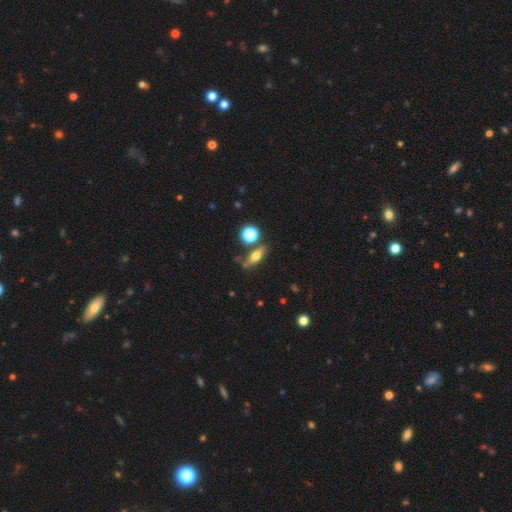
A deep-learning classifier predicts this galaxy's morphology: Smooth or featured?
  - smooth: 59% *
  - featured or disk: 29%
  - star or artifact: 12%
How rounded?
  - in between: 60% *
  - cigar-shaped: 28%
  - round: 13%
Merging?
  - none: 65% *
  - minor disturbance: 16%
  - merger: 12%
  - major disturbance: 6%